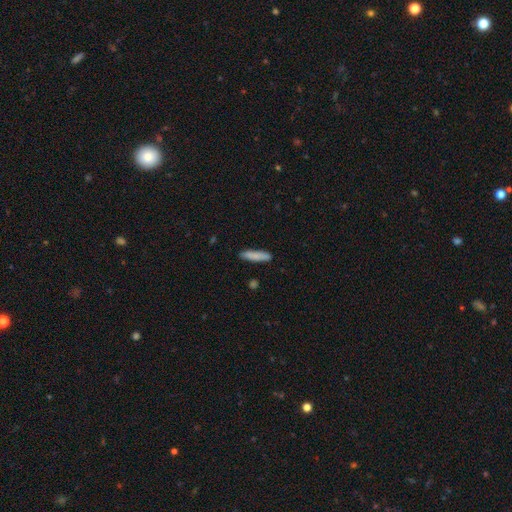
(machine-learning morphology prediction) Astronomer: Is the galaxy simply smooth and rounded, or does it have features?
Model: smooth — 84%.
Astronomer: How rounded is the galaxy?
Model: cigar-shaped — 83%.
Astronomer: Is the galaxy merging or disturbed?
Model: none — 87%.